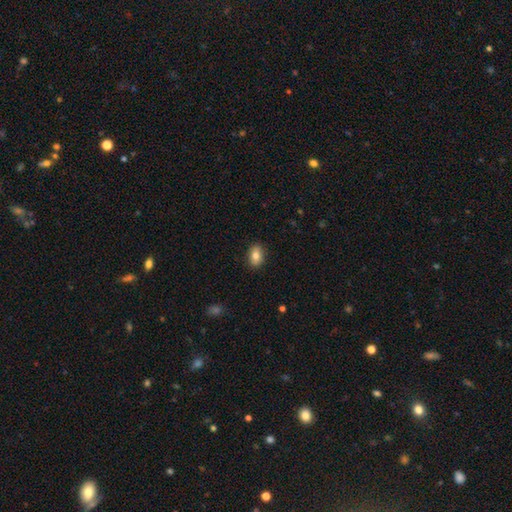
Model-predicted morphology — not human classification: This is likely a smooth galaxy (79%). How rounded: clearly in between (80%). Merging: clearly none (87%).